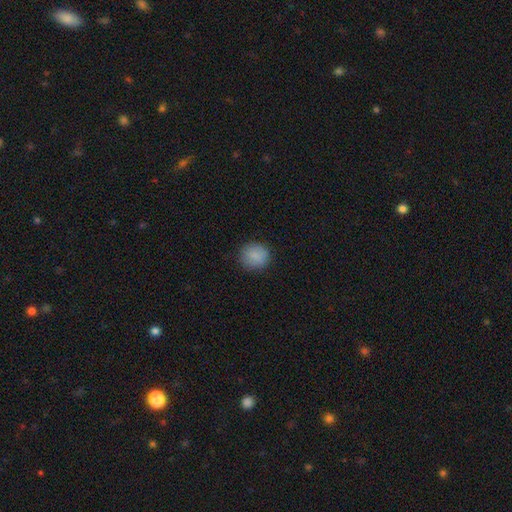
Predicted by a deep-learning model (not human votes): smooth-or-featured: smooth: 87% | star or artifact: 8% | featured or disk: 5%
  how-rounded: round: 83% | in between: 16% | cigar-shaped: 1%
  merging: none: 87% | minor disturbance: 10% | major disturbance: 3% | merger: 1%